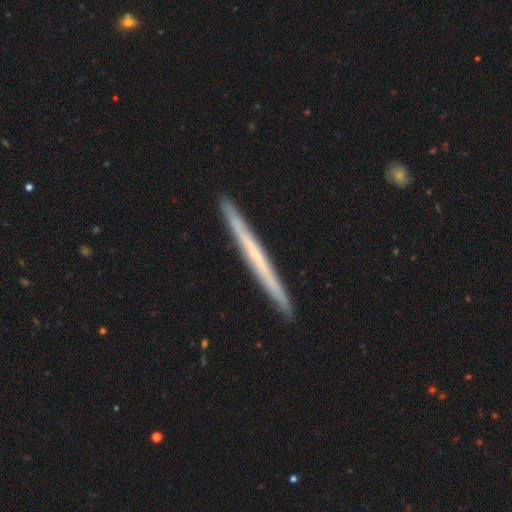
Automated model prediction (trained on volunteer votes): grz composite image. It shows a featured or disk galaxy (53%) viewed edge-on (97%) with no central bulge (91%). Merging: none (92%).